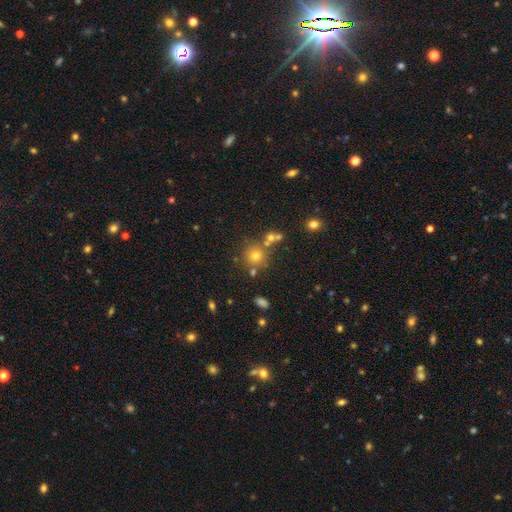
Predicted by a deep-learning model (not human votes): Overall: smooth (66%). How rounded: round (92%). Merging: none (72%).